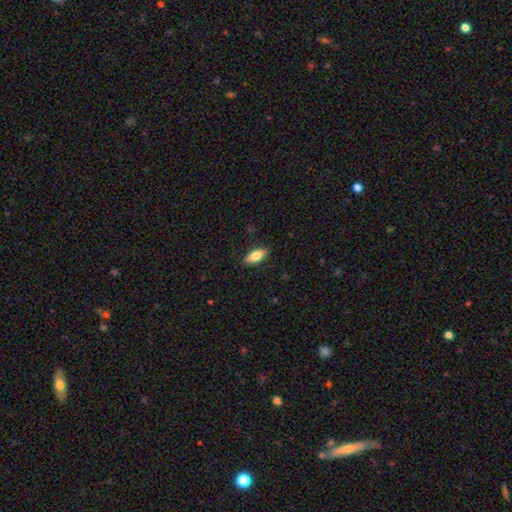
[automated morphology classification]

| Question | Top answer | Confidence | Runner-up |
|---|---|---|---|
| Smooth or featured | smooth | 75% | featured or disk (19%) |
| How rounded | in between | 75% | cigar-shaped (22%) |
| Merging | none | 86% | minor disturbance (10%) |